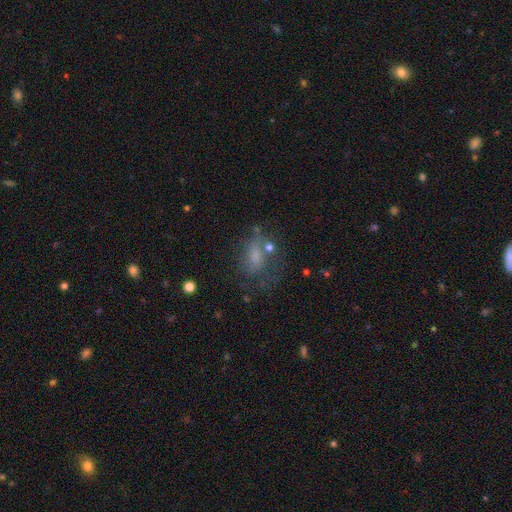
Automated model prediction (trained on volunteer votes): smooth_or_featured: smooth (p=0.55) [alt: featured or disk p=0.28]
how_rounded: in between (p=0.77) [alt: round p=0.17]
merging: none (p=0.43) [alt: major disturbance p=0.26]